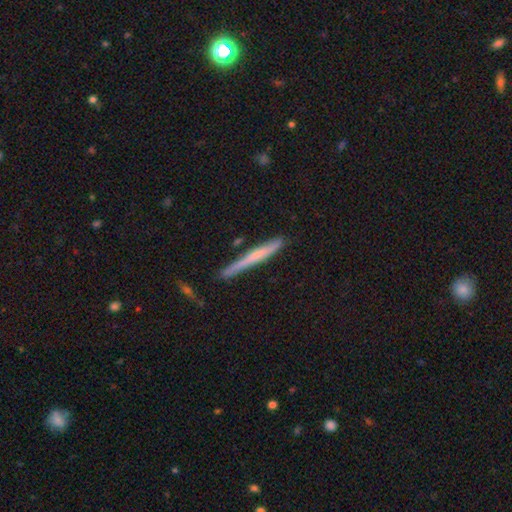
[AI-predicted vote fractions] Smooth or featured? smooth (48%)
Merging? none (80%)